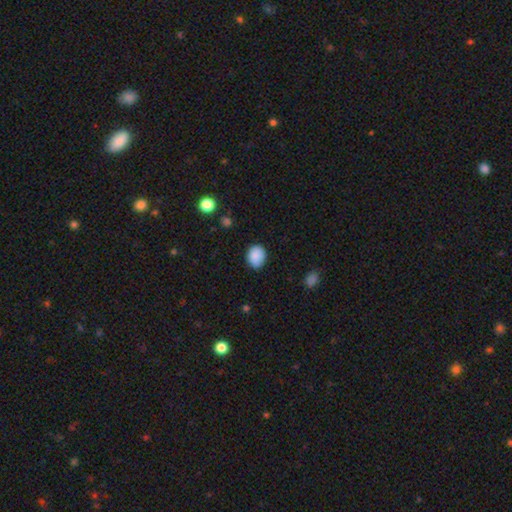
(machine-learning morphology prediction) Q: Smooth or featured?
A: smooth (88%); runner-up: star or artifact (8%)
Q: How rounded?
A: round (56%); runner-up: in between (43%)
Q: Merging?
A: none (79%); runner-up: minor disturbance (17%)